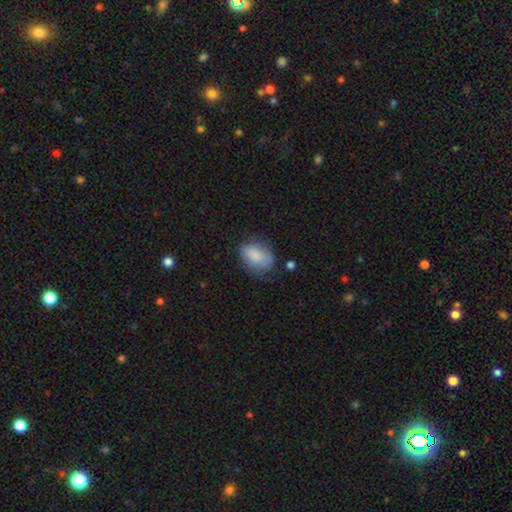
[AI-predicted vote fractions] Smooth or featured?
  - smooth: 81% *
  - featured or disk: 11%
  - star or artifact: 7%
How rounded?
  - in between: 82% *
  - round: 17%
  - cigar-shaped: 2%
Merging?
  - none: 61% *
  - minor disturbance: 27%
  - major disturbance: 9%
  - merger: 3%